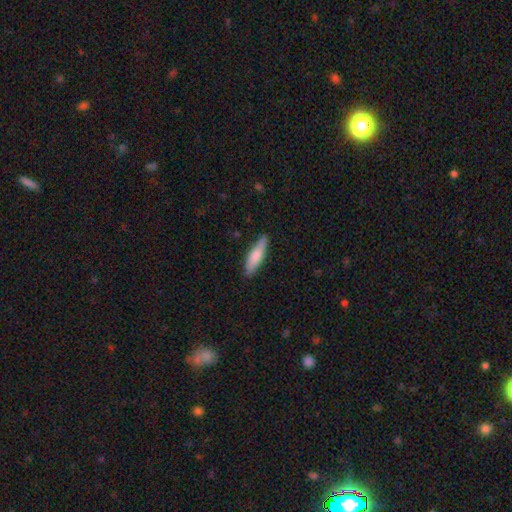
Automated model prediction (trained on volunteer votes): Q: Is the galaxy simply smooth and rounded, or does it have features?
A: smooth — 74%.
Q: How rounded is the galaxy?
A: cigar-shaped — 70%.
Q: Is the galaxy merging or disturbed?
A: none — 83%.